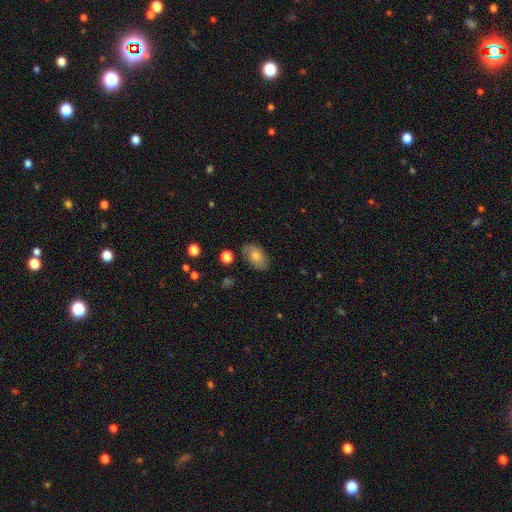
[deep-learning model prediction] The model was most divided on "smooth or featured": smooth: 65%, featured or disk: 25%, star or artifact: 10%. More confident: how rounded — in between (89%); merging — none (81%).